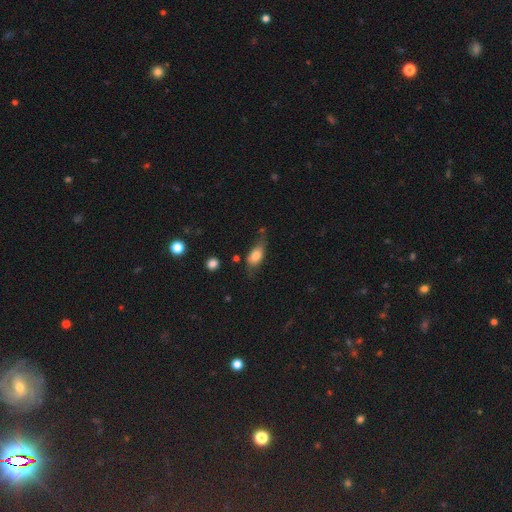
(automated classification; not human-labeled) Q: Smooth or featured?
A: smooth (74%); runner-up: featured or disk (18%)
Q: How rounded?
A: in between (82%); runner-up: cigar-shaped (12%)
Q: Merging?
A: none (50%); runner-up: minor disturbance (32%)